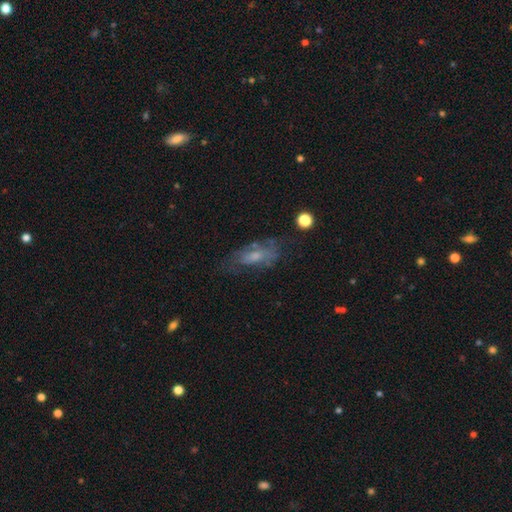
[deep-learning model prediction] Q: Smooth or featured?
A: featured or disk (47%); runner-up: smooth (42%)
Q: Merging?
A: none (50%); runner-up: minor disturbance (25%)